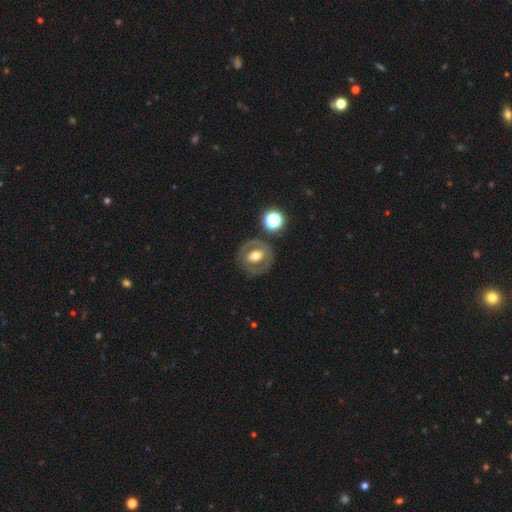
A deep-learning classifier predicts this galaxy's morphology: smooth_or_featured: featured or disk (p=0.62) [alt: smooth p=0.31]
disk_edge_on: no (p=0.95) [alt: yes p=0.05]
bar: no (p=0.37) [alt: weak p=0.33]
has_spiral_arms: no (p=0.62) [alt: yes p=0.38]
bulge_size: moderate (p=0.69) [alt: large p=0.17]
merging: none (p=0.77) [alt: minor disturbance p=0.12]